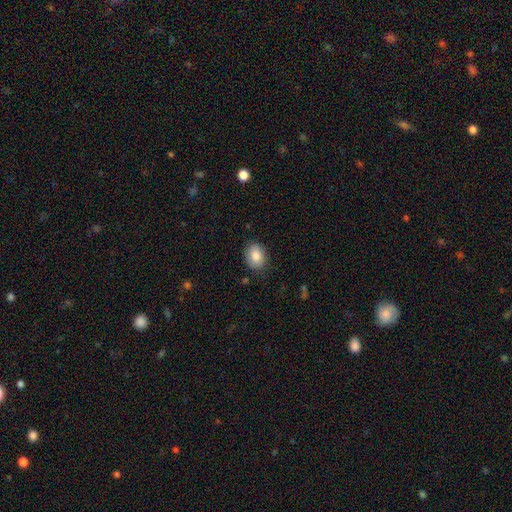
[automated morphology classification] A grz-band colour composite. It shows a smooth galaxy with no disk features (85%) that is in between round and cigar-shaped (58%). Merging: none (84%).